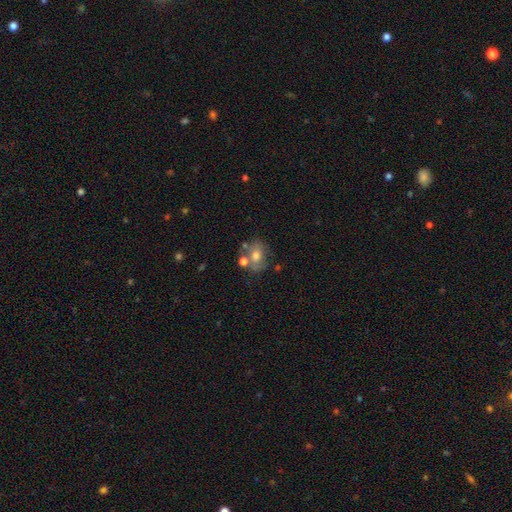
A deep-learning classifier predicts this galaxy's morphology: Smooth or featured? Predicted: smooth (p=0.60). How rounded? Predicted: round (p=0.52). Merging? Predicted: none (p=0.54).